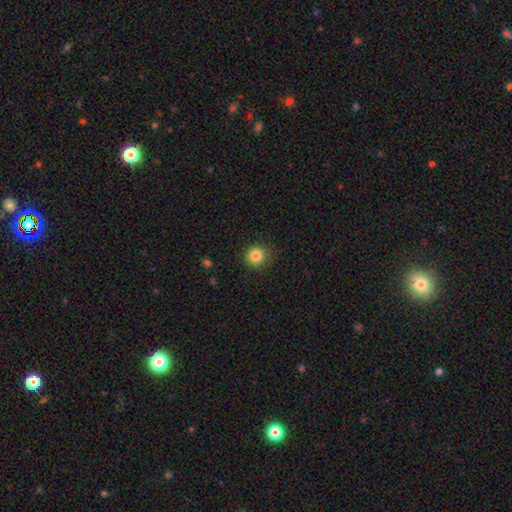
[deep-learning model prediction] Overall: smooth (85%). How rounded: round (92%). Merging: none (86%).